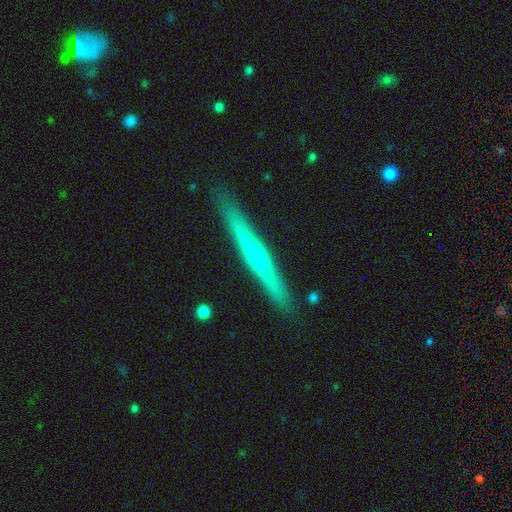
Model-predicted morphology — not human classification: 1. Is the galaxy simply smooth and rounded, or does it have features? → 63% featured or disk, 31% smooth, 6% star or artifact.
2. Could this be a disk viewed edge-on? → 97% yes, 3% no.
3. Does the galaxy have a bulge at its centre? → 49% none, 46% rounded, 5% boxy.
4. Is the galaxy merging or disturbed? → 90% none, 7% minor disturbance, 1% major disturbance, 1% merger.